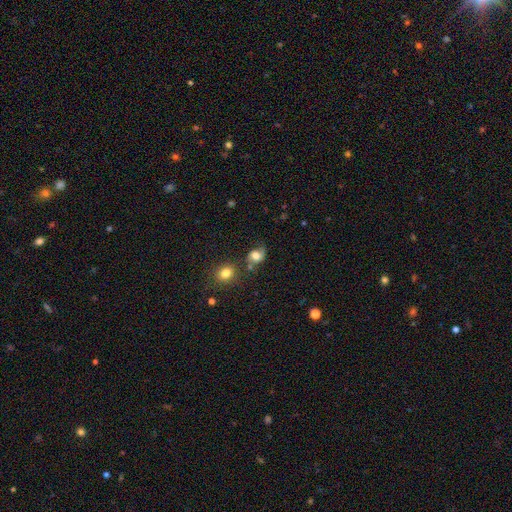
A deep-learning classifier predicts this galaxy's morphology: smooth 62%, featured or disk 26%, star or artifact 12%. Down the decision tree: how rounded — in between (55%); merging — none (50%).